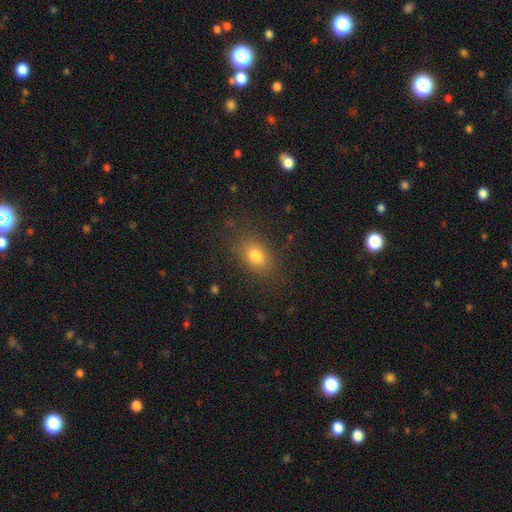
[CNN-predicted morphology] smooth_or_featured: smooth (p=0.78) [alt: star or artifact p=0.13]
how_rounded: in between (p=0.72) [alt: round p=0.26]
merging: none (p=0.83) [alt: minor disturbance p=0.11]